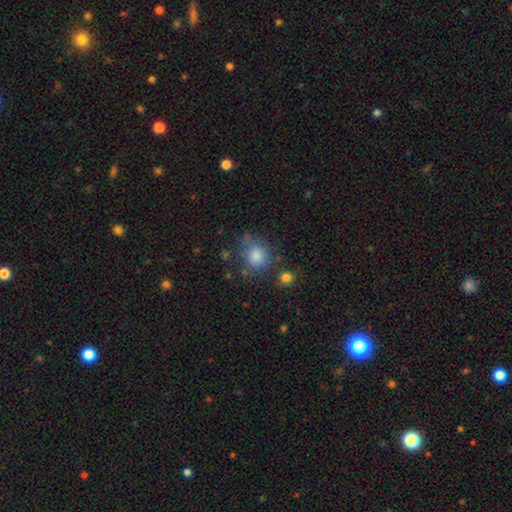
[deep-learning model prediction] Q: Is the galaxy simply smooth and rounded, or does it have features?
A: smooth — 80%.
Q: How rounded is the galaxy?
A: round — 77%.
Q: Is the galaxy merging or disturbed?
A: none — 61%.